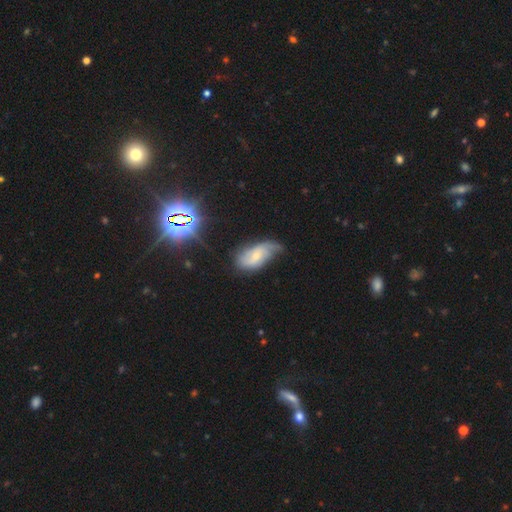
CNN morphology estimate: Smooth or featured: featured or disk — 54% (smooth — 36%)
Edge-on disk: no — 93% (yes — 7%)
Merging: none — 39% (minor disturbance — 38%)